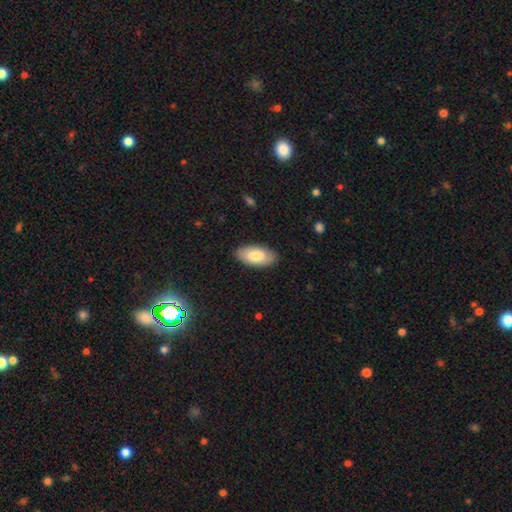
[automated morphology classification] Q: Smooth or featured?
A: smooth (79%); runner-up: featured or disk (15%)
Q: How rounded?
A: in between (94%); runner-up: cigar-shaped (4%)
Q: Merging?
A: none (87%); runner-up: minor disturbance (10%)